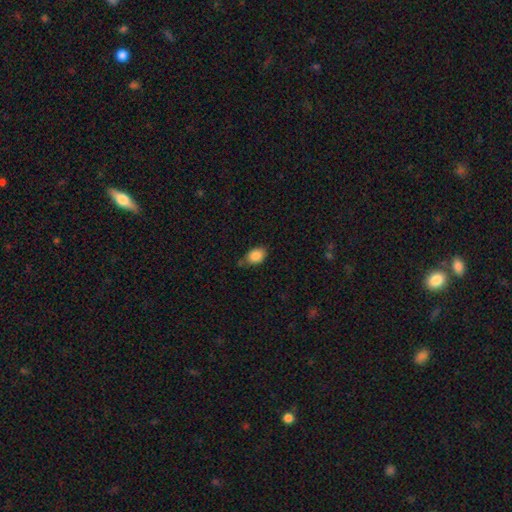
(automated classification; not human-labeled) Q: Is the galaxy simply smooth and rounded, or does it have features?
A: smooth — 87%.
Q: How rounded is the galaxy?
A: in between — 78%.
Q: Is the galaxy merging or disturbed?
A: none — 65%.